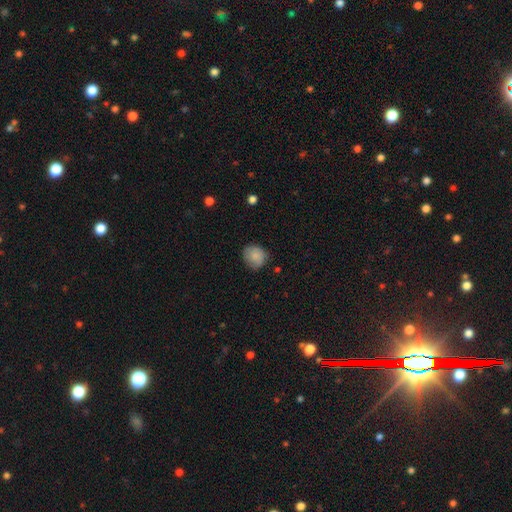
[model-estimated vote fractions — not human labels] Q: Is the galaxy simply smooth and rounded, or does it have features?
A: smooth — 81%.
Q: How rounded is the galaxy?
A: round — 76%.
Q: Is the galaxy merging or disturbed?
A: none — 71%.